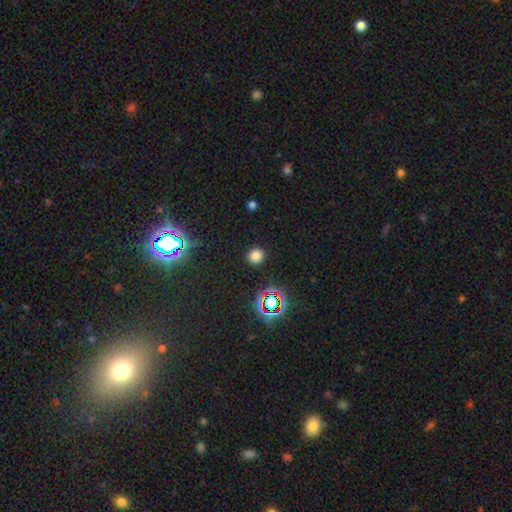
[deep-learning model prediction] Smooth or featured?
  - smooth: 76% *
  - star or artifact: 20%
  - featured or disk: 5%
How rounded?
  - round: 90% *
  - in between: 9%
  - cigar-shaped: 1%
Merging?
  - none: 90% *
  - minor disturbance: 6%
  - major disturbance: 2%
  - merger: 1%